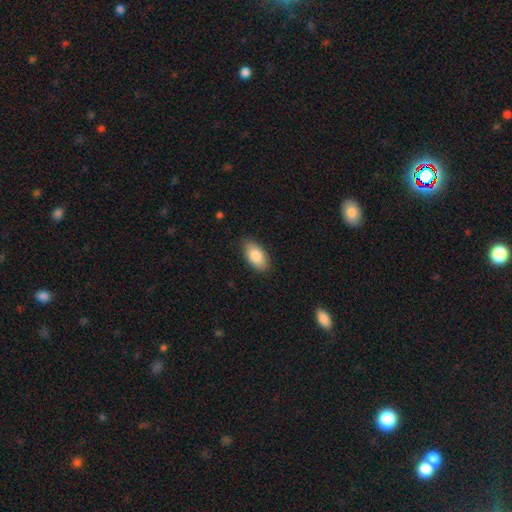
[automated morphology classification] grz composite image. It shows a smooth galaxy with no disk features (85%) that is in between round and cigar-shaped (93%). Merging: none (84%).